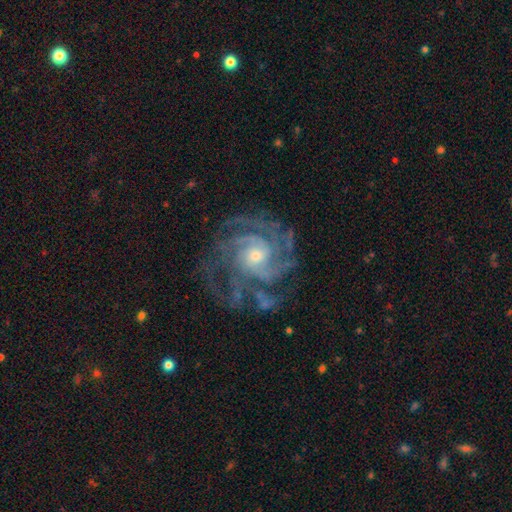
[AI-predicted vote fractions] A featured or disk galaxy (91%) with no bar (68%), 4 (28%) tight (64%) spiral arms (98%) and a small central bulge (54%).

Vote fractions:
- Smooth or featured? featured or disk: 91% / star or artifact: 5% / smooth: 4%
- Edge-on disk? no: 98% / yes: 2%
- Bar? no: 68% / weak: 26% / strong: 6%
- Spiral arms? yes: 98% / no: 2%
- Spiral winding? tight: 64% / medium: 30% / loose: 5%
- Spiral arm count? 4: 28% / 3: 22% / can't tell: 20% / 2: 12% / more than 4: 11% / 1: 7%
- Bulge size? small: 54% / moderate: 40% / large: 3% / none: 1% / dominant: 1%
- Merging? none: 70% / minor disturbance: 17% / major disturbance: 11% / merger: 2%